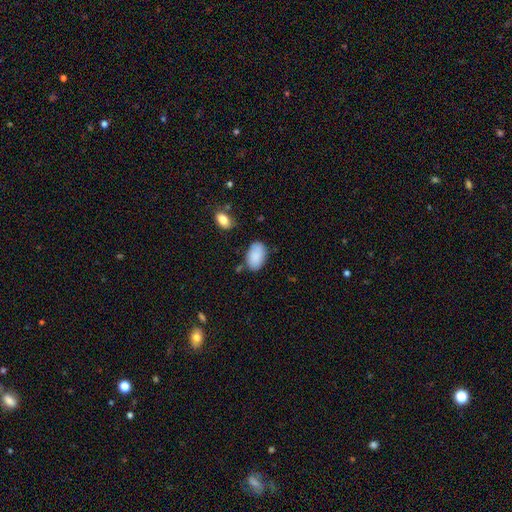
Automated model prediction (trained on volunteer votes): A smooth galaxy with no disk features (88%) that is in between round and cigar-shaped (93%).

Vote fractions:
- Smooth or featured? smooth: 88% / star or artifact: 7% / featured or disk: 6%
- How rounded? in between: 93% / round: 6% / cigar-shaped: 1%
- Merging? none: 72% / minor disturbance: 20% / major disturbance: 4% / merger: 4%